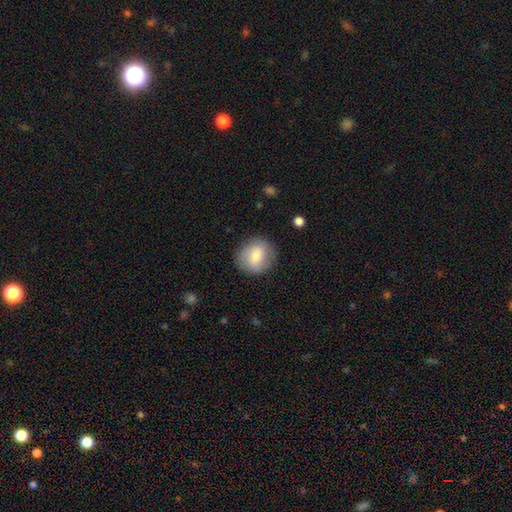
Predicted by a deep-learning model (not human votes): Smooth or featured? smooth (71%)
How rounded? round (82%)
Merging? none (84%)